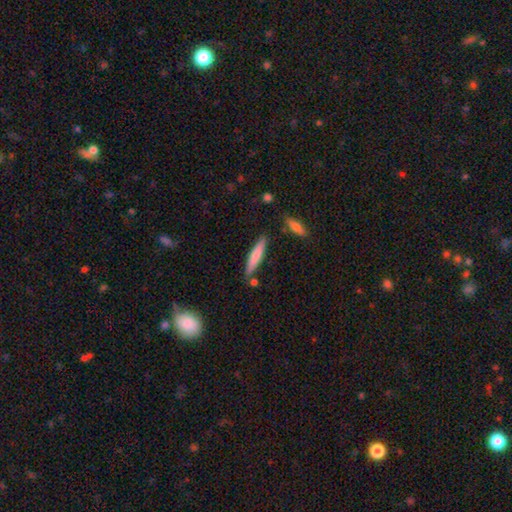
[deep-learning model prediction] The model was most divided on "smooth or featured": smooth: 74%, featured or disk: 21%, star or artifact: 6%. More confident: how rounded — cigar-shaped (87%); merging — none (82%).